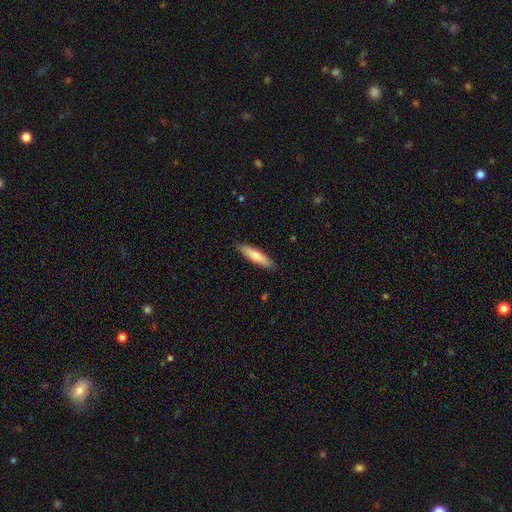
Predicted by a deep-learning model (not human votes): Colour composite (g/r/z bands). It shows a smooth galaxy with no disk features (74%) that is cigar-shaped (79%). Merging: none (88%).